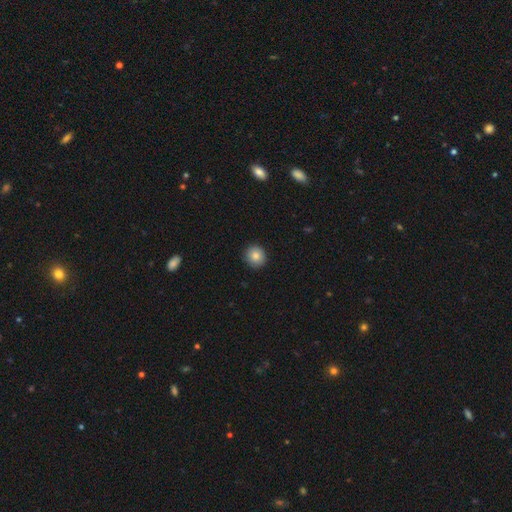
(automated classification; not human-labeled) Smooth or featured?
  - smooth: 83% *
  - star or artifact: 9%
  - featured or disk: 8%
How rounded?
  - round: 92% *
  - in between: 7%
  - cigar-shaped: 1%
Merging?
  - none: 91% *
  - minor disturbance: 6%
  - major disturbance: 2%
  - merger: 1%